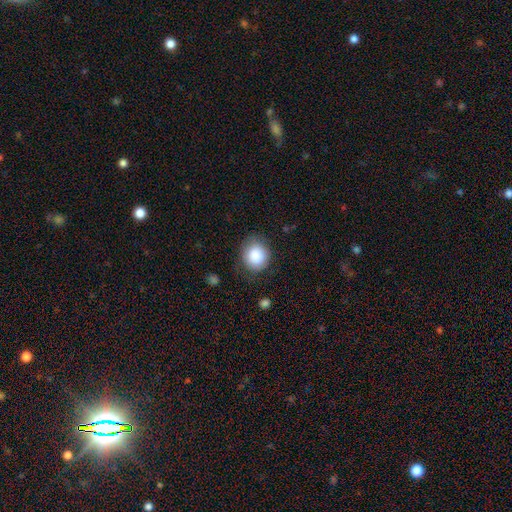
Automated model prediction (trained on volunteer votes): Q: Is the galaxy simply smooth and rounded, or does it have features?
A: smooth — 87%.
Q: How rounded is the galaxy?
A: round — 78%.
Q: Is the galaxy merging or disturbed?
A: none — 76%.